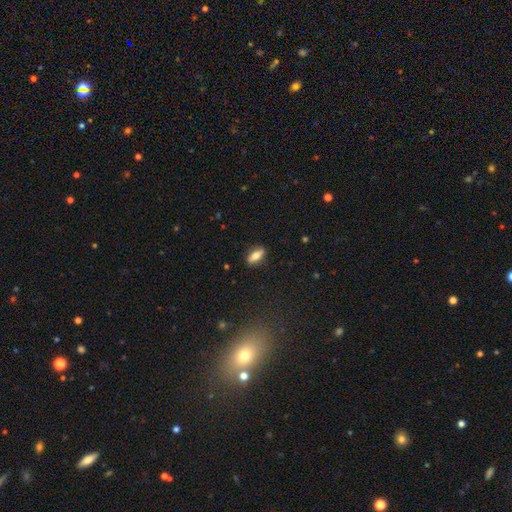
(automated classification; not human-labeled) This is likely a smooth galaxy (70%). How rounded: likely in between (72%). Merging: clearly none (87%).